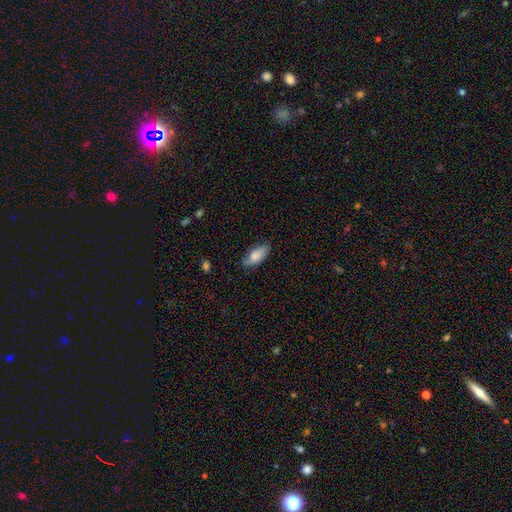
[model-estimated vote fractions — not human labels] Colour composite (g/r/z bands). It shows a smooth galaxy with no disk features (80%) that is in between round and cigar-shaped (82%). Merging: none (74%).